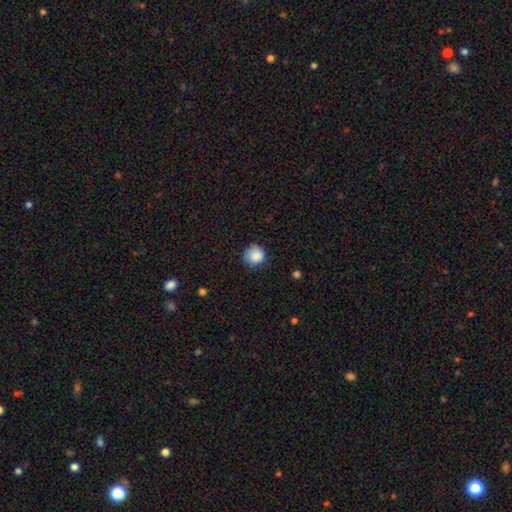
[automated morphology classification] This is clearly a smooth galaxy (87%). How rounded: clearly round (91%). Merging: likely none (75%).